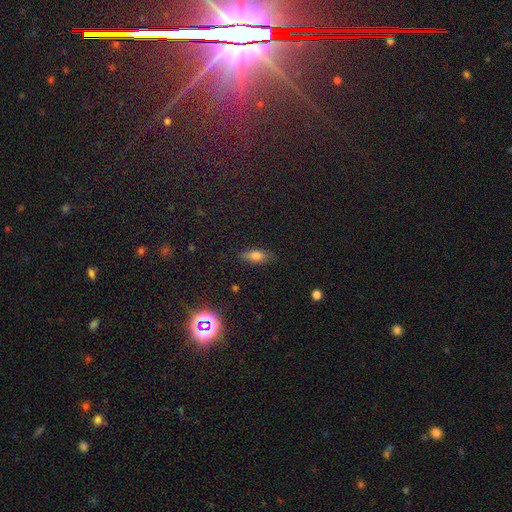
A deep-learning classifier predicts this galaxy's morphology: Q: Smooth or featured?
A: smooth (71%); runner-up: featured or disk (16%)
Q: How rounded?
A: in between (77%); runner-up: cigar-shaped (19%)
Q: Merging?
A: none (80%); runner-up: minor disturbance (15%)